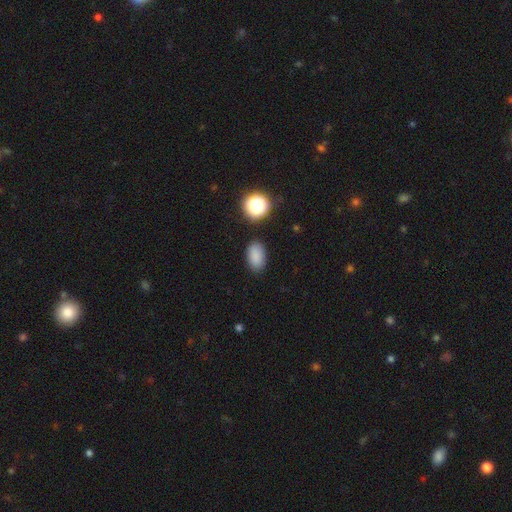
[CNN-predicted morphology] Overall: smooth (85%). How rounded: in between (89%). Merging: none (85%).